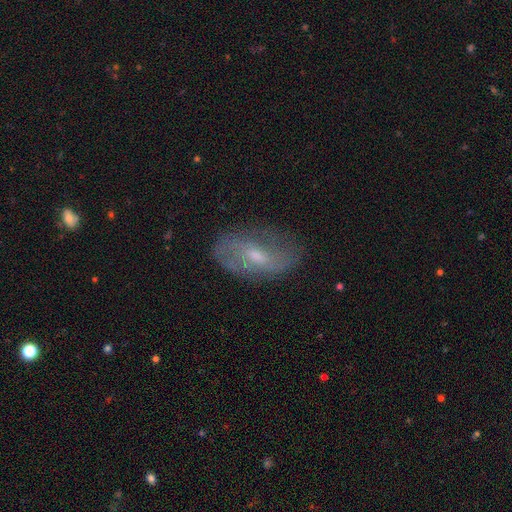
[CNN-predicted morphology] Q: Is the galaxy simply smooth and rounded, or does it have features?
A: featured or disk — 58%.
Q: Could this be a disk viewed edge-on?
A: no — 89%.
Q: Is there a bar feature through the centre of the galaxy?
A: weak — 46%.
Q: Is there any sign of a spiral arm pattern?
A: yes — 70%.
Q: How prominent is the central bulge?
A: small — 52%.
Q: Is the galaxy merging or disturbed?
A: none — 75%.